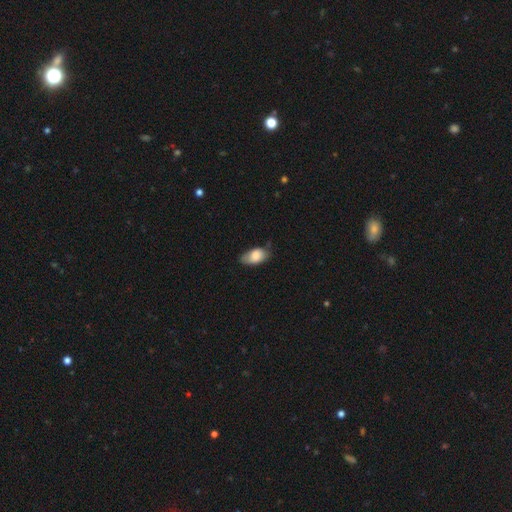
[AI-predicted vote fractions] Smooth or featured? Predicted: smooth (p=0.81). How rounded? Predicted: in between (p=0.92). Merging? Predicted: none (p=0.60).